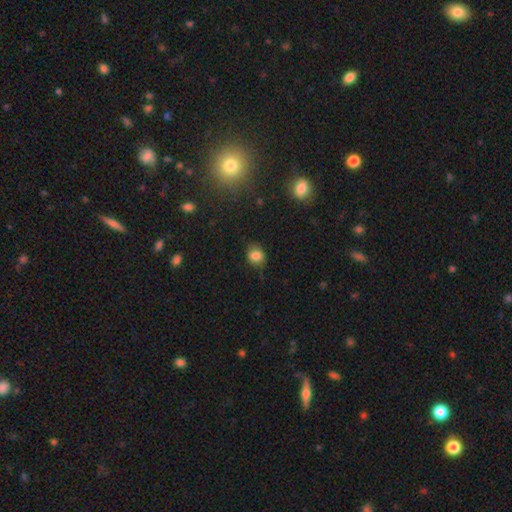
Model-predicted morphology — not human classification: smooth_or_featured: smooth (p=0.81) [alt: star or artifact p=0.11]
how_rounded: round (p=0.58) [alt: in between p=0.41]
merging: none (p=0.73) [alt: minor disturbance p=0.21]